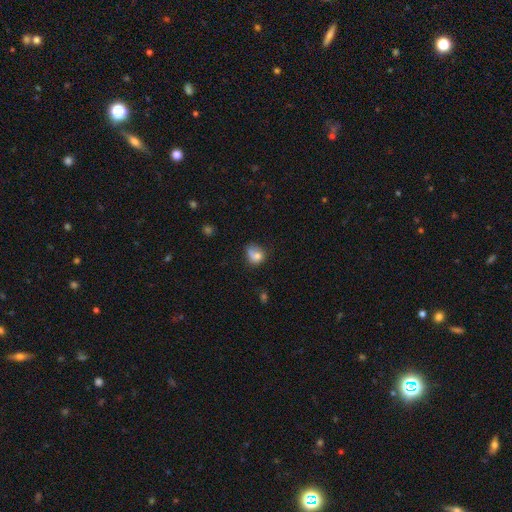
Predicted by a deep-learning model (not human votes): A smooth galaxy with no disk features (74%) that is round (61%). Merging: none (39%).